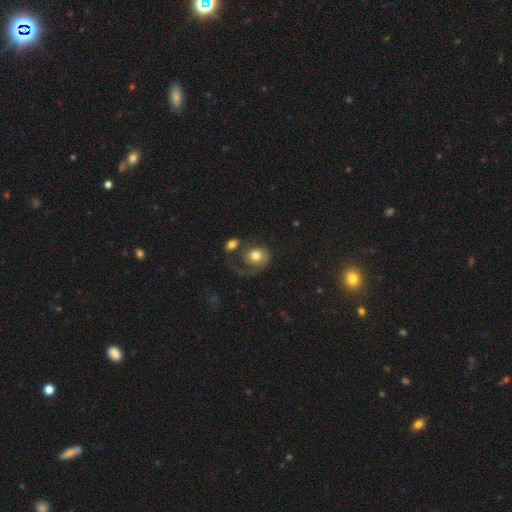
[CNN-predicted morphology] Overall: featured or disk (50%; smooth 42%). Edge-on disk: no (97%). Merging: major disturbance (40%; none 29%).